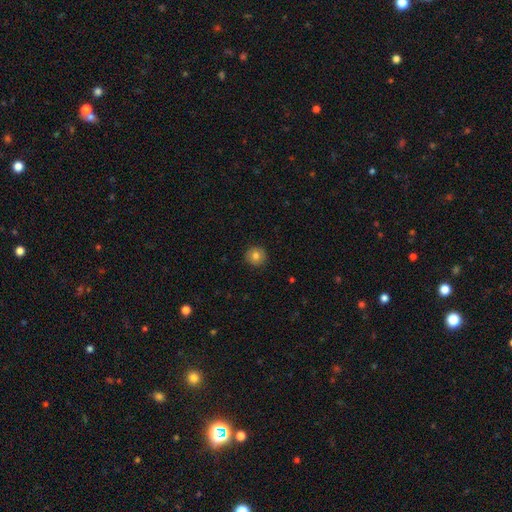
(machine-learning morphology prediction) This is likely a smooth galaxy (79%). How rounded: clearly round (93%). Merging: clearly none (90%).